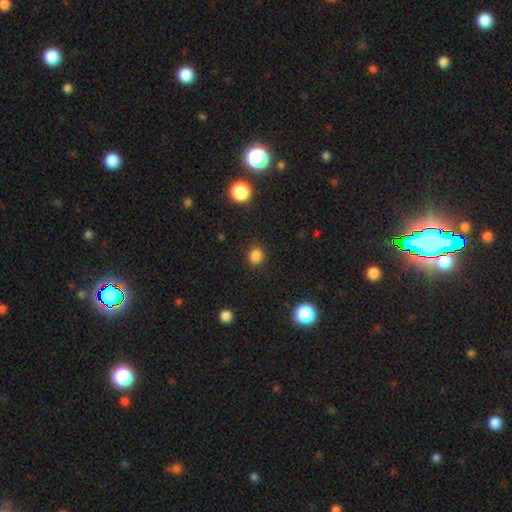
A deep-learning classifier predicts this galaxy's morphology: The model was most divided on "how rounded": round: 79%, in between: 20%, cigar-shaped: 1%. More confident: merging — none (89%); smooth or featured — smooth (84%).